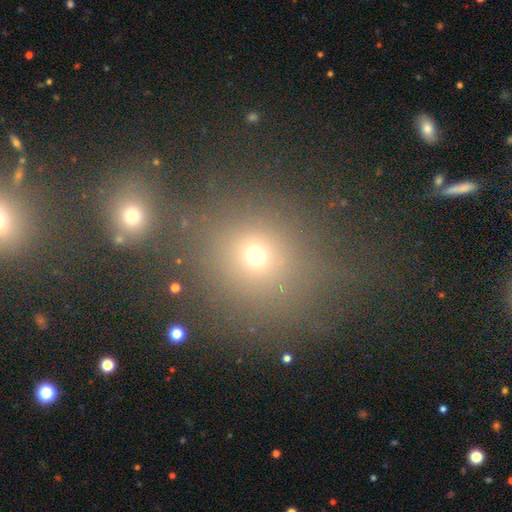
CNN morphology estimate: smooth 62%, star or artifact 27%, featured or disk 10%. Down the decision tree: how rounded — round (83%); merging — none (67%).